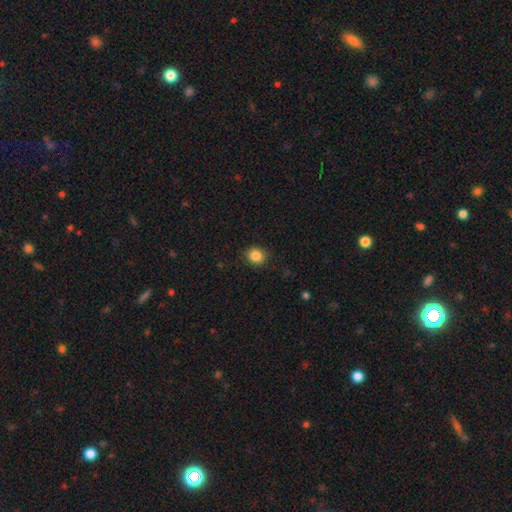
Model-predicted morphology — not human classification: smooth_or_featured: smooth (p=0.86) [alt: star or artifact p=0.10]
how_rounded: round (p=0.78) [alt: in between p=0.21]
merging: none (p=0.89) [alt: minor disturbance p=0.08]